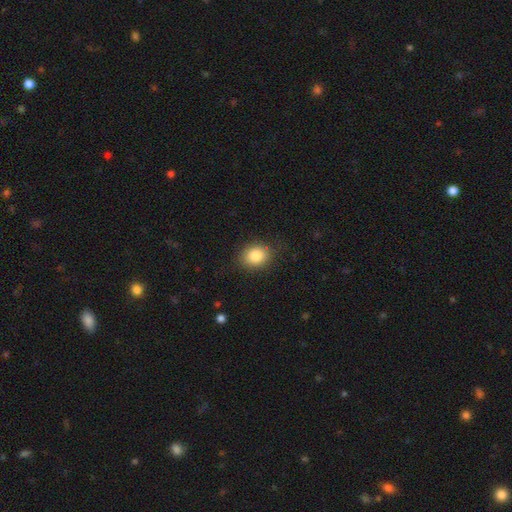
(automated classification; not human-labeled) A smooth galaxy with no disk features (85%) that is round (58%). Merging: none (84%).